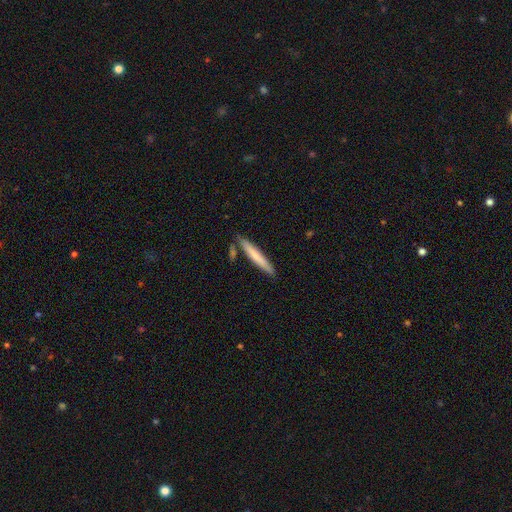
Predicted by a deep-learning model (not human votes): Smooth or featured?
  - smooth: 70% *
  - featured or disk: 25%
  - star or artifact: 5%
How rounded?
  - cigar-shaped: 95% *
  - in between: 4%
  - round: 1%
Merging?
  - none: 82% *
  - minor disturbance: 10%
  - merger: 5%
  - major disturbance: 2%